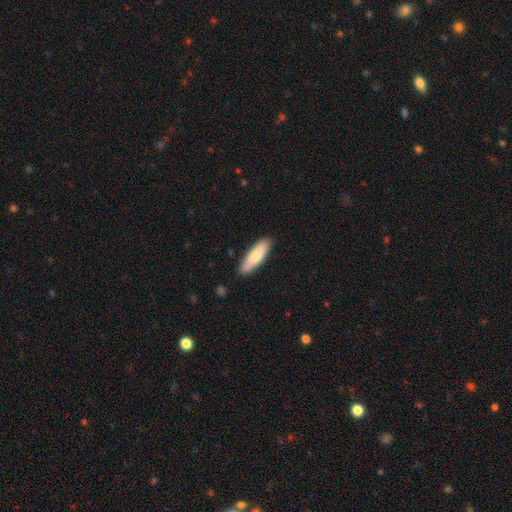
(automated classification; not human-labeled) This appears to be a smooth galaxy with no disk features (80%) that is cigar-shaped (54%). Merging: none (86%).